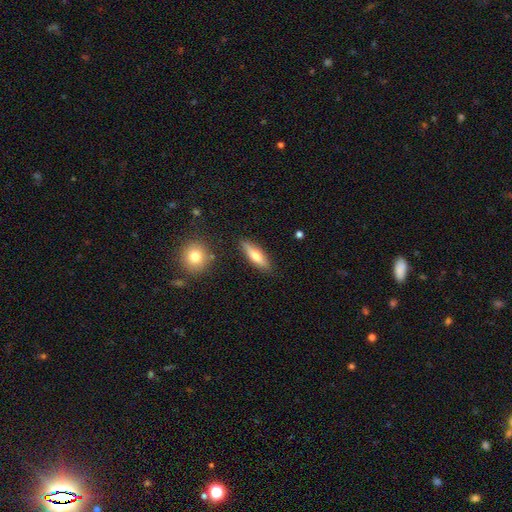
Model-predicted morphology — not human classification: A smooth galaxy with no disk features (65%) that is cigar-shaped (57%). Merging: none (85%).